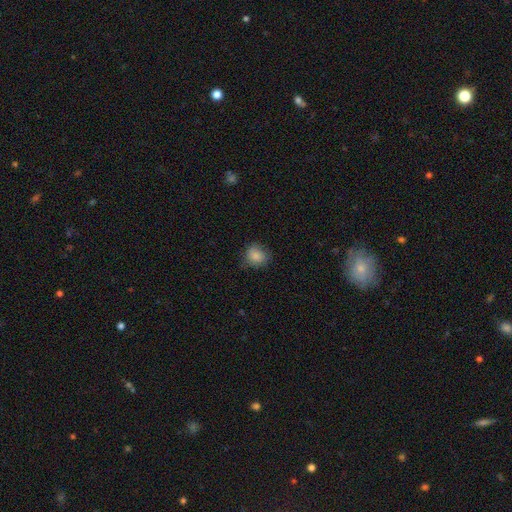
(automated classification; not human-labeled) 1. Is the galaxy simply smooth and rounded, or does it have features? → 85% smooth, 9% star or artifact, 6% featured or disk.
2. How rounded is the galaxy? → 74% round, 25% in between, 1% cigar-shaped.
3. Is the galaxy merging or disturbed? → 71% none, 22% minor disturbance, 6% major disturbance, 1% merger.